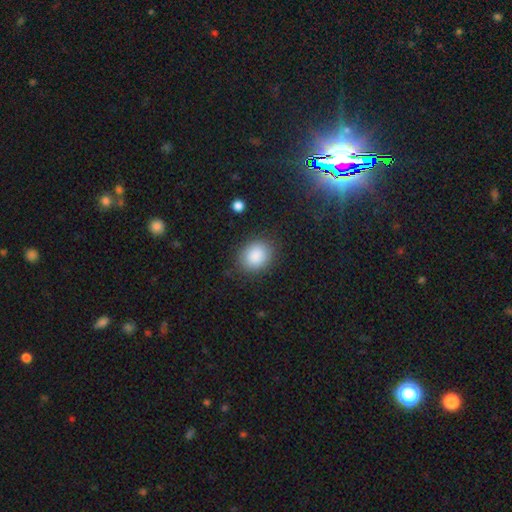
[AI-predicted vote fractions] A smooth galaxy with no disk features (88%) that is round (60%). Merging: none (85%).